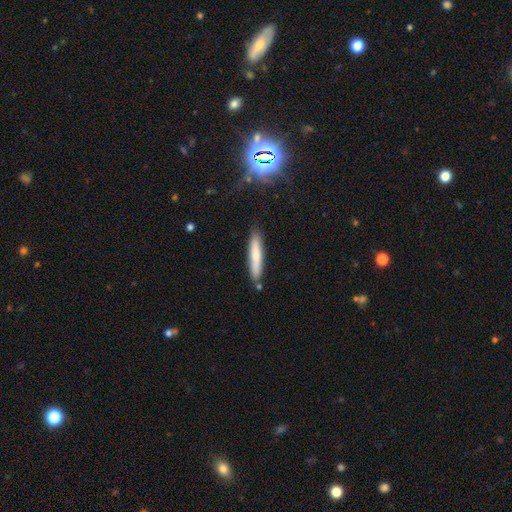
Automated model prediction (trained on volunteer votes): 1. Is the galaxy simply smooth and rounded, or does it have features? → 71% smooth, 24% featured or disk, 6% star or artifact.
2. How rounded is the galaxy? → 90% cigar-shaped, 9% in between, 1% round.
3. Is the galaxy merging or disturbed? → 83% none, 11% minor disturbance, 3% merger, 2% major disturbance.